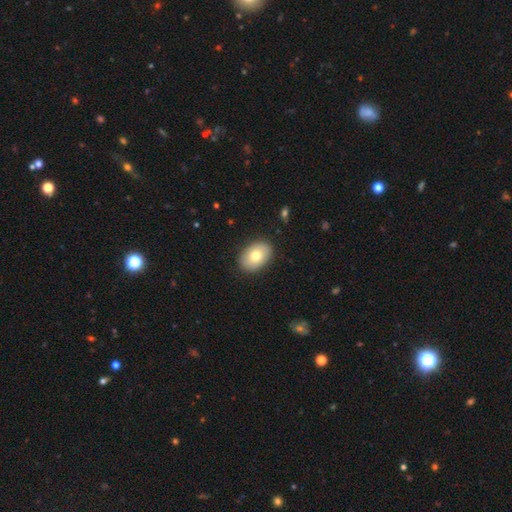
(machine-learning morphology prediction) type=smooth (75%); roundness=in between (84%); merging=none (89%).